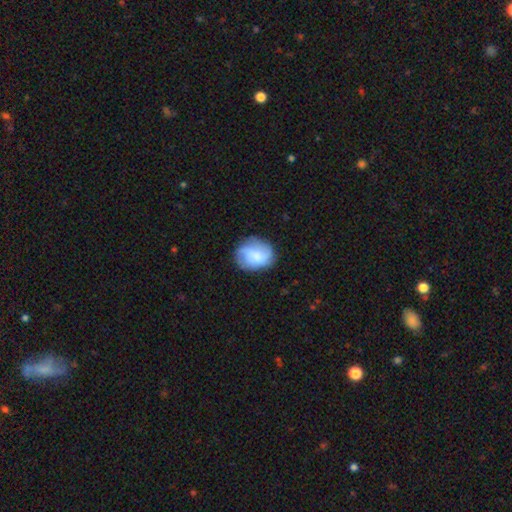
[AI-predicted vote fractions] Smooth or featured? Predicted: smooth (p=0.55). How rounded? Predicted: round (p=0.55). Merging? Predicted: none (p=0.70).